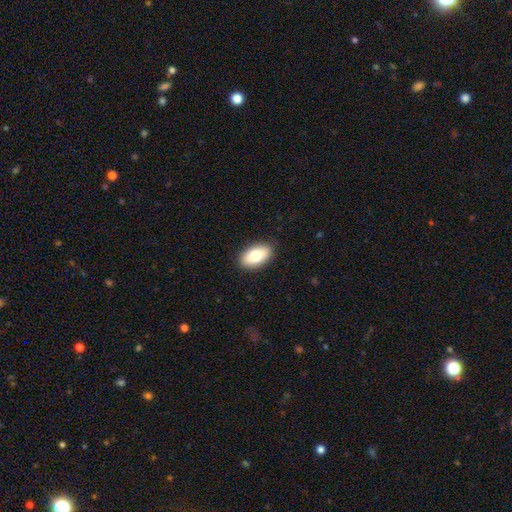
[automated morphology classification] Q: Smooth or featured?
A: smooth (78%); runner-up: featured or disk (16%)
Q: How rounded?
A: in between (93%); runner-up: round (5%)
Q: Merging?
A: none (89%); runner-up: minor disturbance (8%)